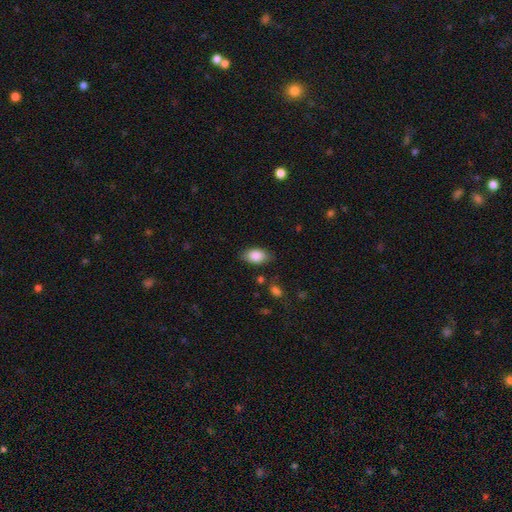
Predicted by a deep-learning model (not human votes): The model was most divided on "merging": none: 82%, minor disturbance: 13%, major disturbance: 3%, merger: 2%. More confident: how rounded — in between (90%); smooth or featured — smooth (86%).